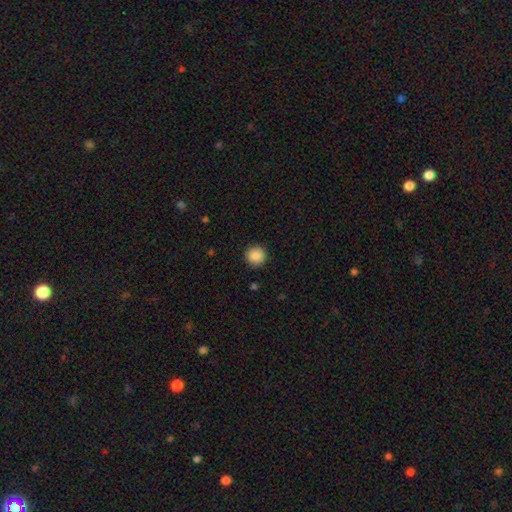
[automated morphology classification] Q: Smooth or featured?
A: smooth (89%); runner-up: star or artifact (9%)
Q: How rounded?
A: round (94%); runner-up: in between (5%)
Q: Merging?
A: none (92%); runner-up: minor disturbance (5%)